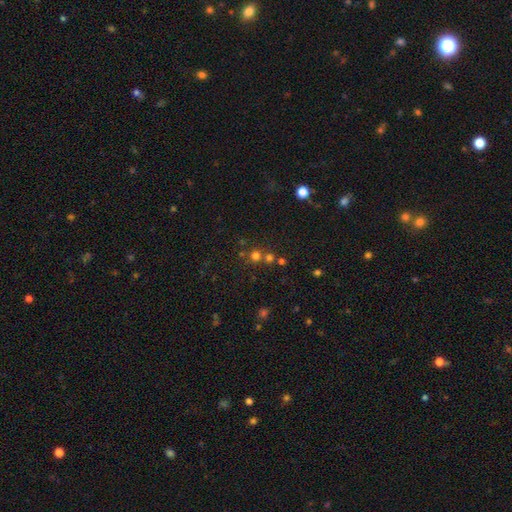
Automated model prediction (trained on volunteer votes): Overall: smooth (65%; star or artifact 27%). How rounded: round (92%). Merging: none (65%; merger 26%).